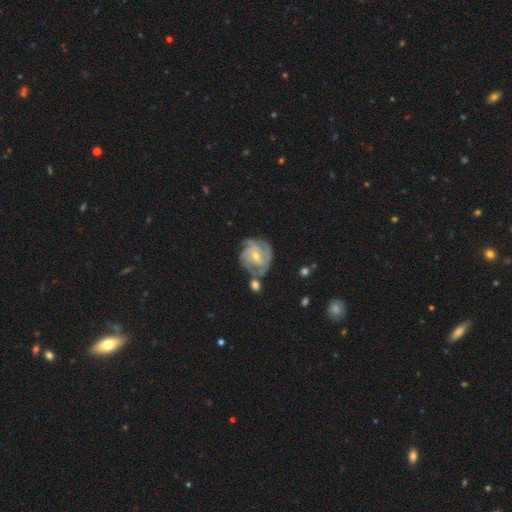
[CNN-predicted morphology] Smooth or featured?
  - featured or disk: 83% *
  - smooth: 10%
  - star or artifact: 6%
Edge-on disk?
  - no: 97% *
  - yes: 3%
Bar?
  - no: 57% *
  - weak: 33%
  - strong: 9%
Spiral arms?
  - yes: 96% *
  - no: 4%
Spiral winding?
  - tight: 64% *
  - medium: 30%
  - loose: 6%
Spiral arm count?
  - 3: 42% *
  - 4: 18%
  - can't tell: 18%
  - 2: 13%
  - more than 4: 5%
  - 1: 5%
Bulge size?
  - small: 50% *
  - moderate: 47%
  - large: 1%
  - none: 1%
  - dominant: 1%
Merging?
  - none: 63% *
  - minor disturbance: 19%
  - merger: 12%
  - major disturbance: 7%